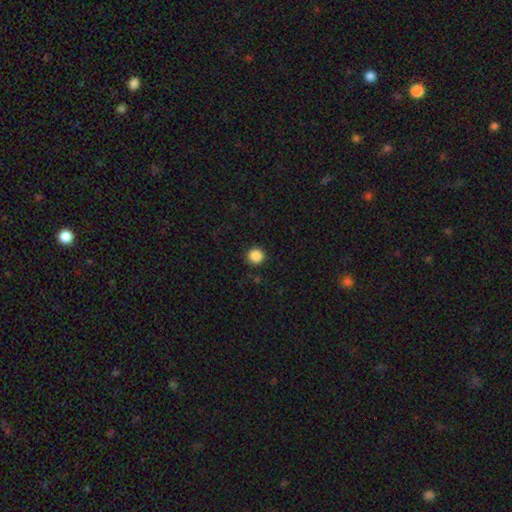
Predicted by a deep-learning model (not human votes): This appears to be a smooth galaxy with no disk features (87%) that is round (94%). Merging: none (92%).